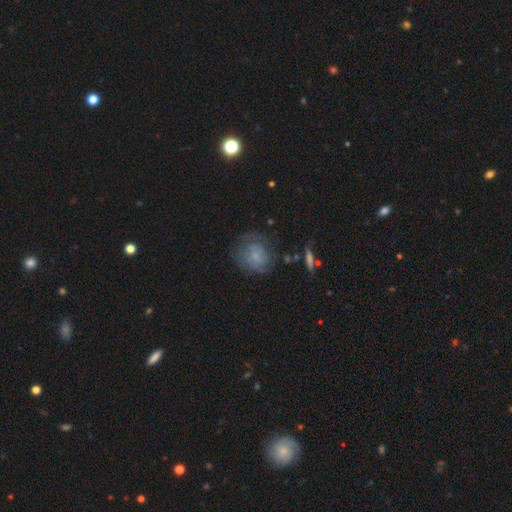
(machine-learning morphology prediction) Q: Smooth or featured?
A: featured or disk (50%); runner-up: smooth (40%)
Q: Merging?
A: none (59%); runner-up: minor disturbance (21%)